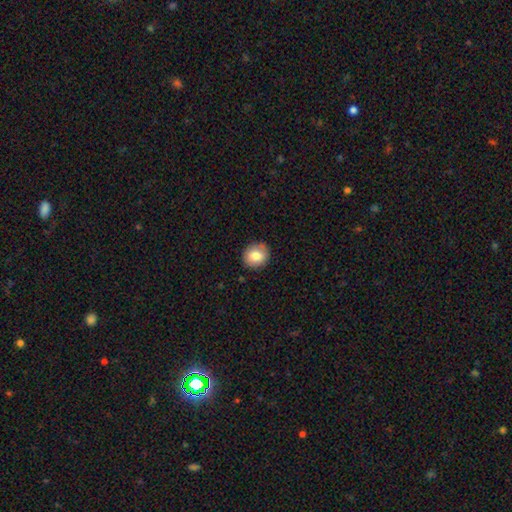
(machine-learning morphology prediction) A smooth galaxy with no disk features (81%) that is round (80%).

Vote fractions:
- Smooth or featured? smooth: 81% / featured or disk: 11% / star or artifact: 8%
- How rounded? round: 80% / in between: 19% / cigar-shaped: 1%
- Merging? none: 87% / minor disturbance: 10% / major disturbance: 2% / merger: 1%